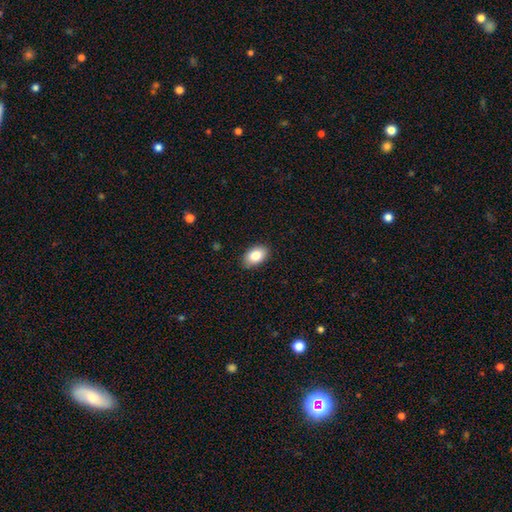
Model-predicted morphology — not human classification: Smooth or featured? Predicted: smooth (p=0.84). How rounded? Predicted: in between (p=0.90). Merging? Predicted: none (p=0.88).